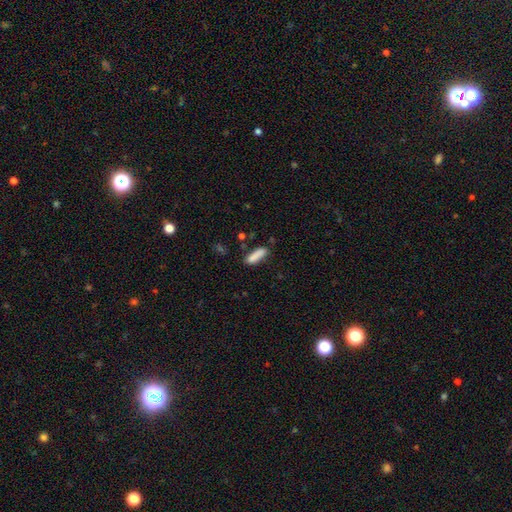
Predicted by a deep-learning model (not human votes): Smooth or featured: smooth — 86% (star or artifact — 7%)
How rounded: cigar-shaped — 53% (in between — 45%)
Merging: none — 74% (minor disturbance — 17%)